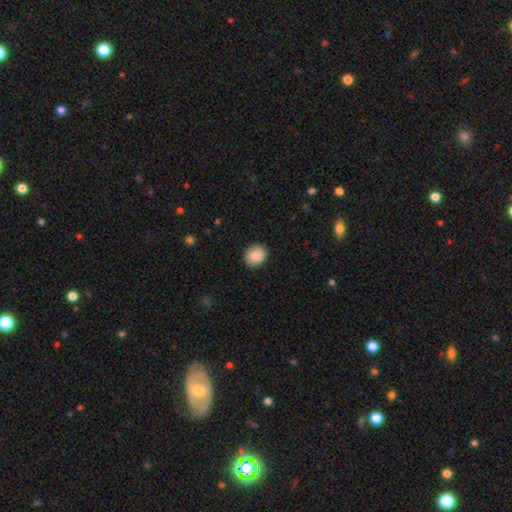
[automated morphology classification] Smooth or featured? Predicted: smooth (p=0.89). How rounded? Predicted: round (p=0.70). Merging? Predicted: none (p=0.90).